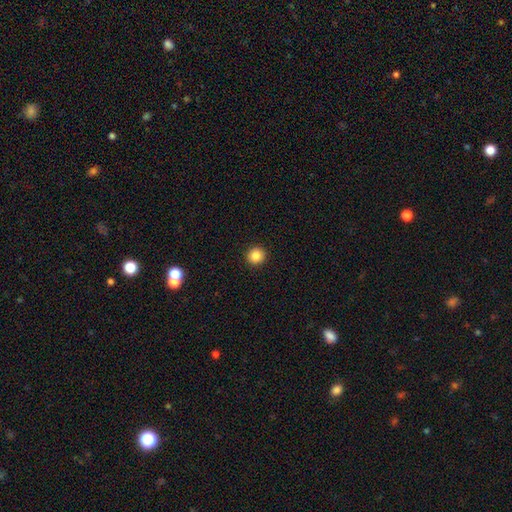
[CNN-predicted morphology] type=smooth (85%); roundness=round (93%); merging=none (93%).